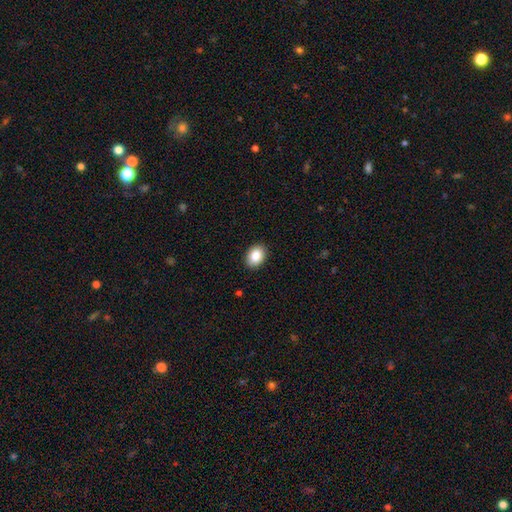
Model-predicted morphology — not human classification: smooth_or_featured: smooth (p=0.86) [alt: star or artifact p=0.08]
how_rounded: in between (p=0.70) [alt: round p=0.29]
merging: none (p=0.91) [alt: minor disturbance p=0.07]